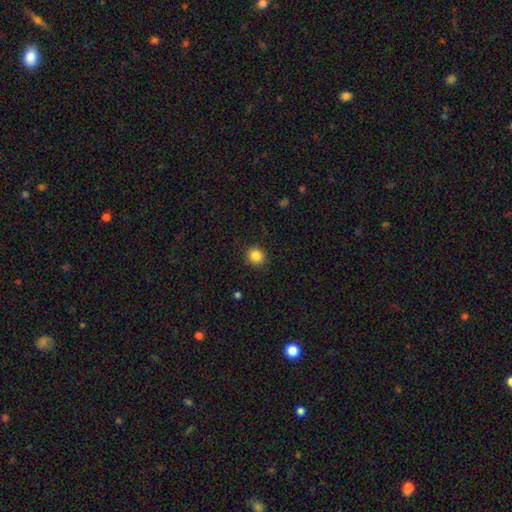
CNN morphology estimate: Q: Smooth or featured?
A: smooth (85%); runner-up: star or artifact (10%)
Q: How rounded?
A: round (84%); runner-up: in between (16%)
Q: Merging?
A: none (90%); runner-up: minor disturbance (7%)